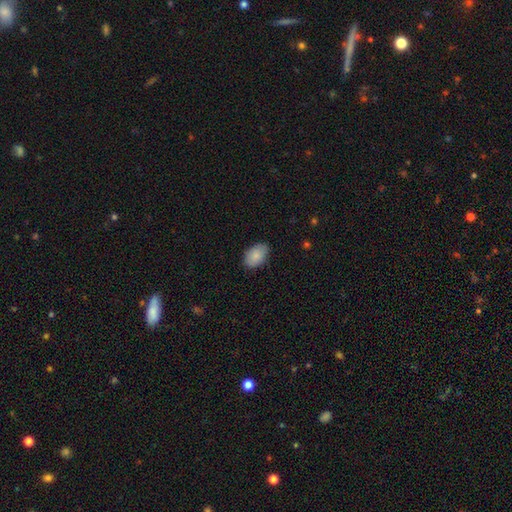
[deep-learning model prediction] Morphology: type=smooth (86%); roundness=in between (89%); merging=none (84%).